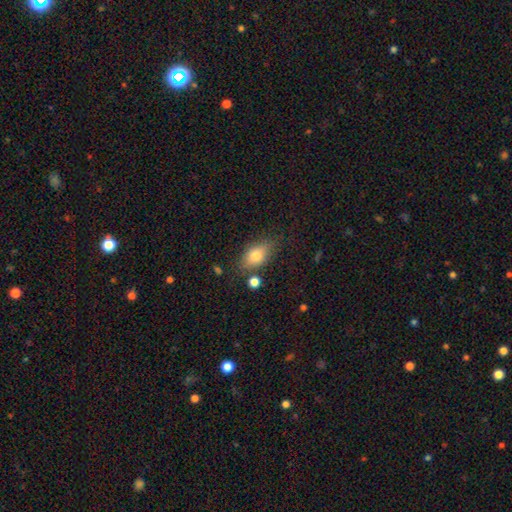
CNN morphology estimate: This is likely a smooth galaxy (77%). How rounded: clearly in between (83%). Merging: likely none (72%).